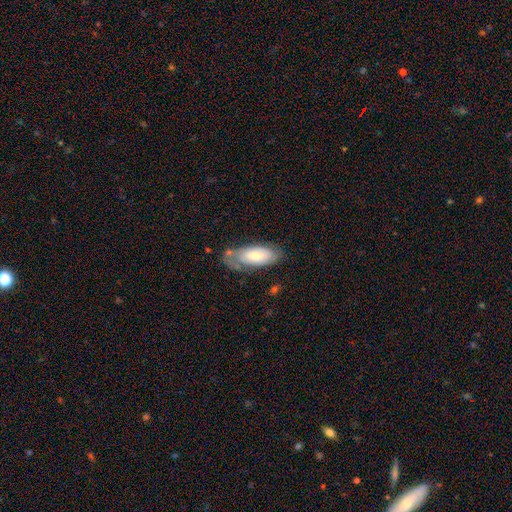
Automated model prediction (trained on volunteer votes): Smooth or featured? smooth (58%)
How rounded? in between (82%)
Merging? none (54%)